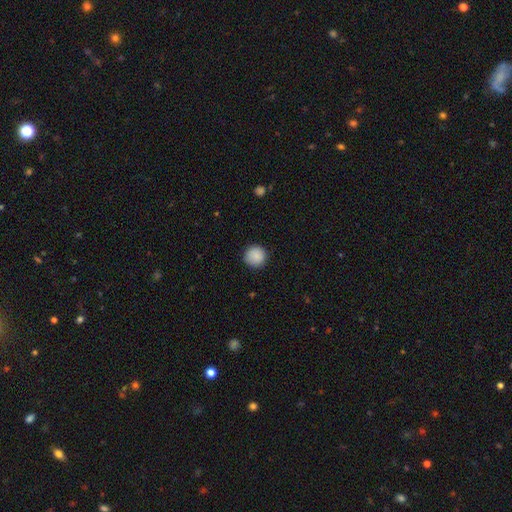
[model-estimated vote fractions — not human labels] Smooth or featured? smooth (89%)
How rounded? round (95%)
Merging? none (91%)